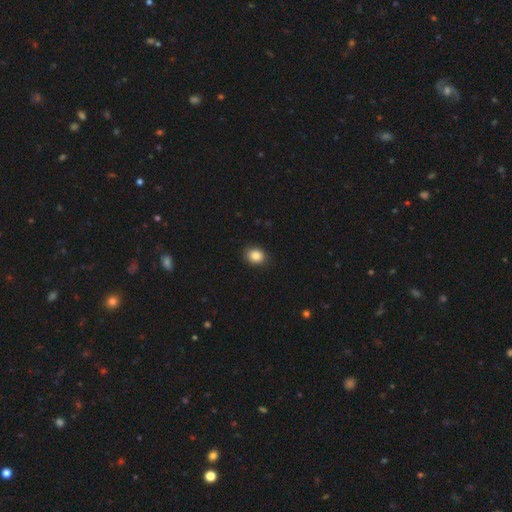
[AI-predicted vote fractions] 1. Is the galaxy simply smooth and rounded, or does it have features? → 86% smooth, 9% star or artifact, 4% featured or disk.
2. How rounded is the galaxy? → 56% round, 43% in between, 1% cigar-shaped.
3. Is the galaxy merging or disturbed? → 90% none, 8% minor disturbance, 2% major disturbance, 1% merger.